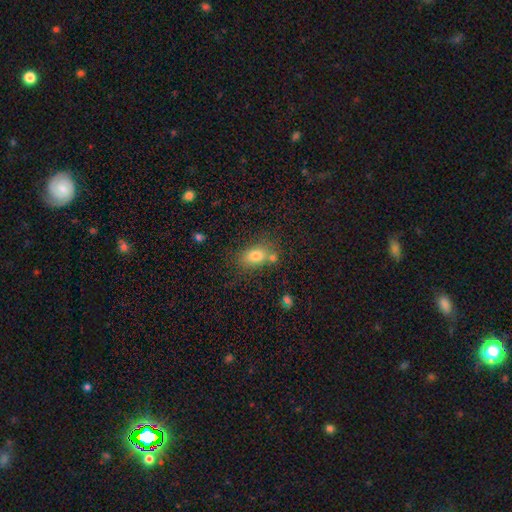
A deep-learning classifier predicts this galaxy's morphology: Smooth or featured? Predicted: smooth (p=0.77). How rounded? Predicted: in between (p=0.77). Merging? Predicted: none (p=0.60).